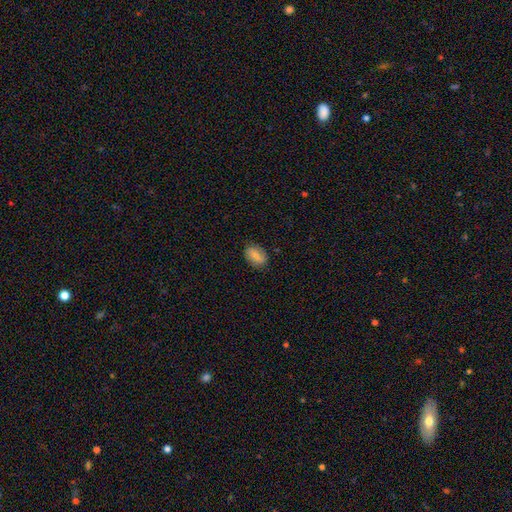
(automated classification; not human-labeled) A smooth galaxy with no disk features (79%) that is in between round and cigar-shaped (88%). Merging: none (84%).